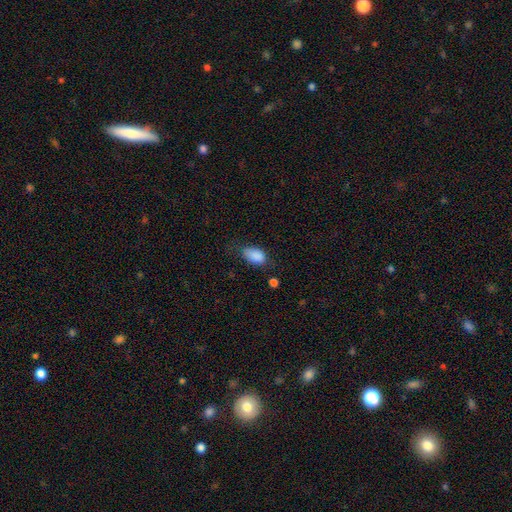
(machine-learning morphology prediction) type=smooth (88%); roundness=in between (92%); merging=none (58%).